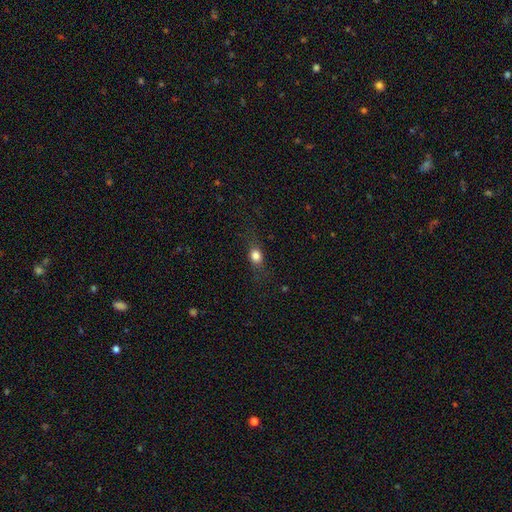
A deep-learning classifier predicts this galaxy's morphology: type=smooth (76%); roundness=in between (49%); merging=none (75%).